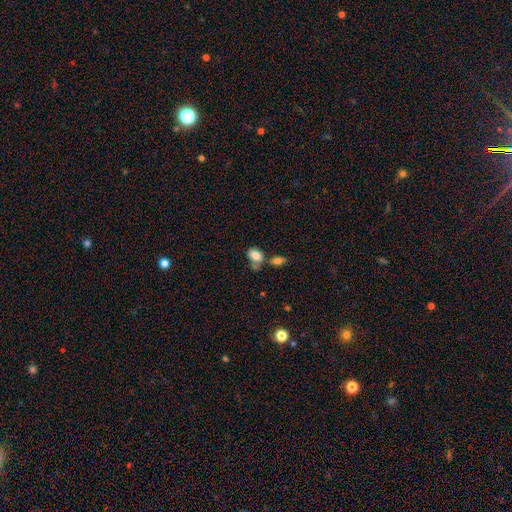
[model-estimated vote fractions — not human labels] A smooth galaxy with no disk features (83%) that is in between round and cigar-shaped (84%).

Vote fractions:
- Smooth or featured? smooth: 83% / star or artifact: 9% / featured or disk: 9%
- How rounded? in between: 84% / round: 14% / cigar-shaped: 2%
- Merging? none: 44% / merger: 31% / minor disturbance: 18% / major disturbance: 7%